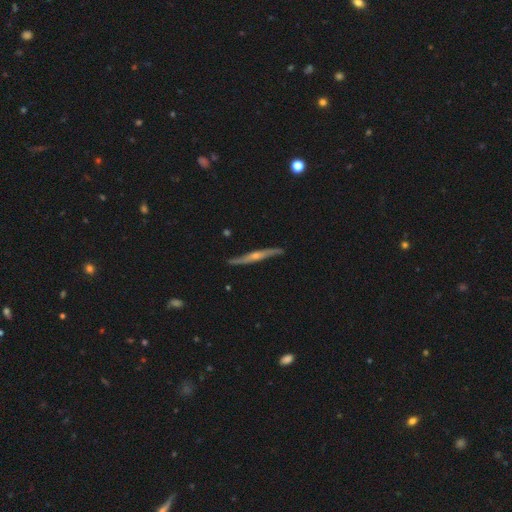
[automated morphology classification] Smooth or featured: featured or disk — 77% (smooth — 18%)
Edge-on disk: yes — 92% (no — 8%)
Edge-on bulge: rounded — 75% (none — 20%)
Merging: none — 83% (minor disturbance — 13%)